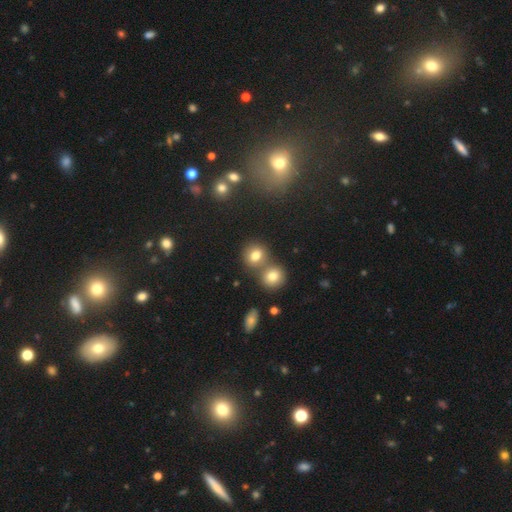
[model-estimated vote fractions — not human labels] A smooth galaxy with no disk features (76%) that is round (76%). Merging: none (53%).